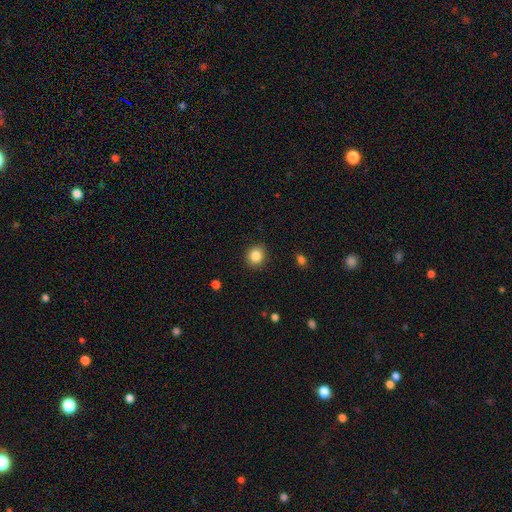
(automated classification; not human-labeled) Smooth or featured: smooth — 85% (star or artifact — 10%)
How rounded: round — 83% (in between — 16%)
Merging: none — 90% (minor disturbance — 7%)